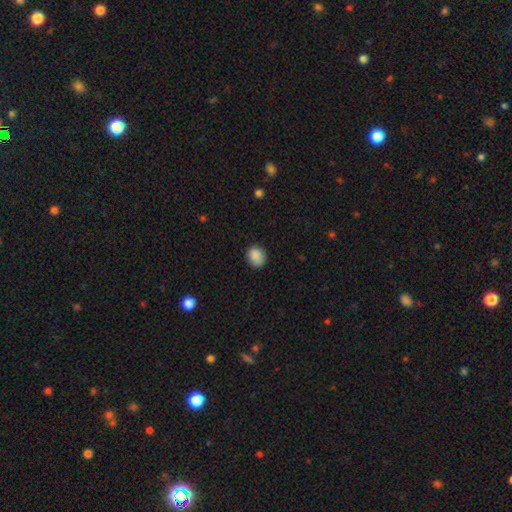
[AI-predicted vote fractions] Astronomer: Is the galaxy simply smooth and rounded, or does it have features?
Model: smooth — 88%.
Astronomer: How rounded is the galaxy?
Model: round — 64%.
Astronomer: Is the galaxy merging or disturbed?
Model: none — 84%.